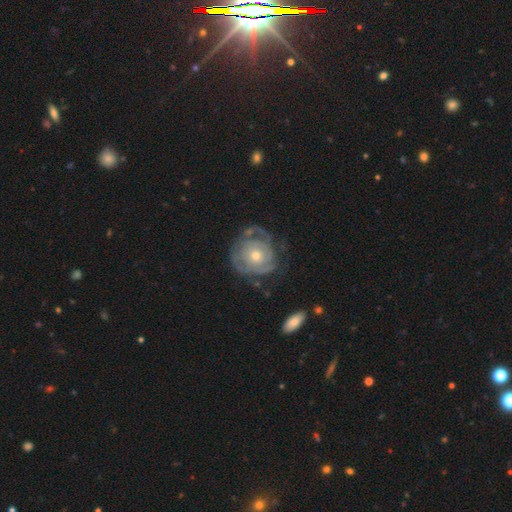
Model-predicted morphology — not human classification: The model was most divided on "bulge size": moderate: 53%, small: 43%, large: 3%, none: 1%, dominant: 1%. Remaining: edge-on disk — no (97%); bar — no (84%); spiral arms — yes (81%); smooth or featured — featured or disk (77%); spiral winding — tight (69%); merging — none (57%); spiral arm count — can't tell (46%).